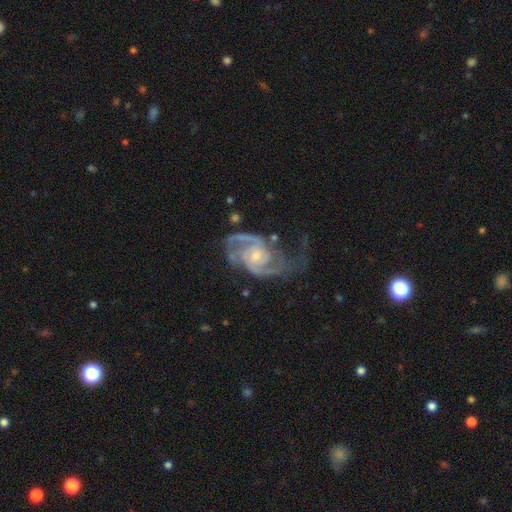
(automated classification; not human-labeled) This appears to be a featured or disk galaxy (92%) with no bar (57%), 2 (78%) medium (52%) spiral arms (98%) and a small central bulge (65%). Merging: none (53%).